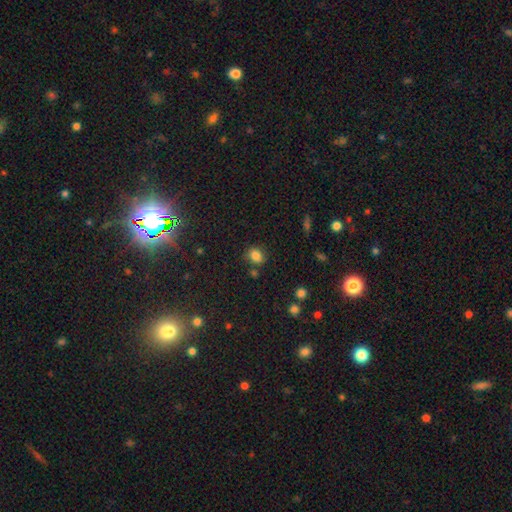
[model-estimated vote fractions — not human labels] The model was most divided on "how rounded": in between: 55%, round: 44%, cigar-shaped: 1%. More confident: smooth or featured — smooth (82%); merging — none (75%).